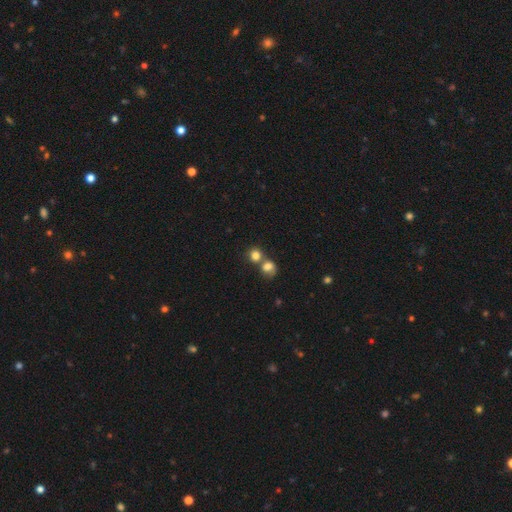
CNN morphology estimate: smooth-or-featured: smooth: 81% | star or artifact: 11% | featured or disk: 8%
  how-rounded: round: 81% | in between: 18% | cigar-shaped: 1%
  merging: merger: 50% | none: 41% | minor disturbance: 7% | major disturbance: 3%